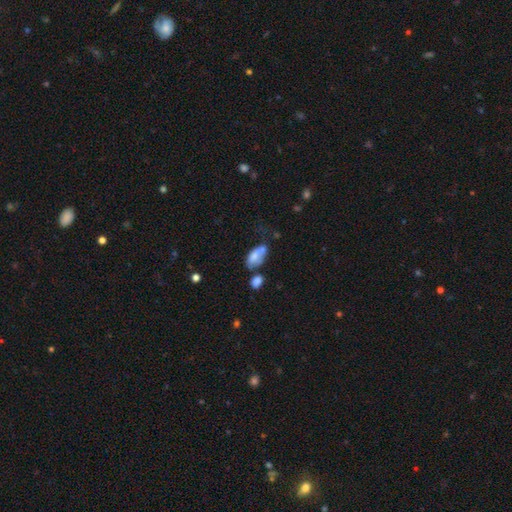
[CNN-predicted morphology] A smooth galaxy with no disk features (67%) that is in between round and cigar-shaped (91%).

Vote fractions:
- Smooth or featured? smooth: 67% / featured or disk: 24% / star or artifact: 9%
- How rounded? in between: 91% / round: 5% / cigar-shaped: 3%
- Merging? merger: 32% / none: 27% / minor disturbance: 24% / major disturbance: 16%